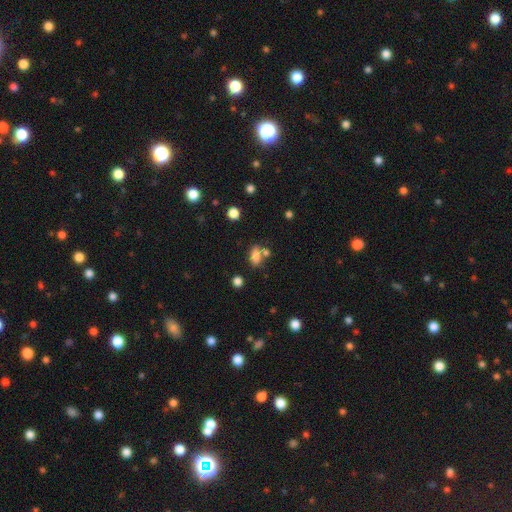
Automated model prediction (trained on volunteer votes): smooth_or_featured: smooth (p=0.80) [alt: star or artifact p=0.11]
how_rounded: in between (p=0.84) [alt: round p=0.09]
merging: none (p=0.56) [alt: merger p=0.26]